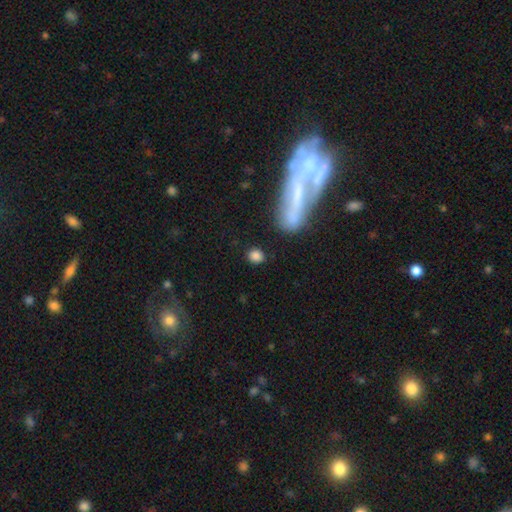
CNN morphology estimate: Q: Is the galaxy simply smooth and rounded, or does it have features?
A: smooth — 83%.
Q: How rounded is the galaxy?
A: round — 58%.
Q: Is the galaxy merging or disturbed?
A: none — 79%.